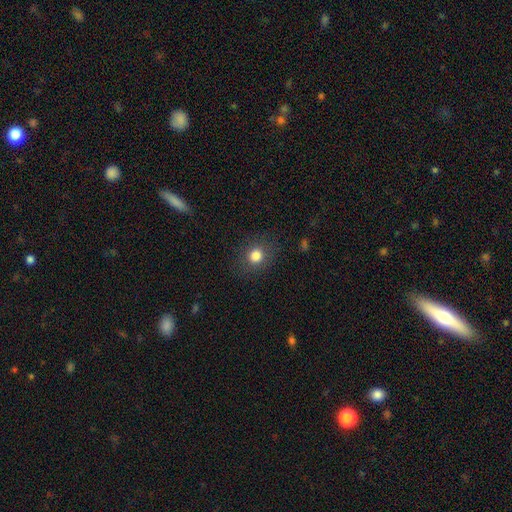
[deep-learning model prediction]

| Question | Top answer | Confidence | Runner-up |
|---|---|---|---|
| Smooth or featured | smooth | 81% | star or artifact (12%) |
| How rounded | round | 75% | in between (24%) |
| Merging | none | 85% | minor disturbance (10%) |